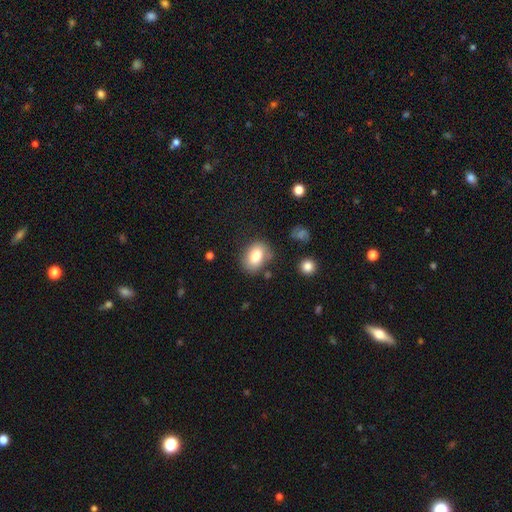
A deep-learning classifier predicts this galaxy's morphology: This appears to be a smooth galaxy with no disk features (80%) that is in between round and cigar-shaped (73%). Merging: none (74%).